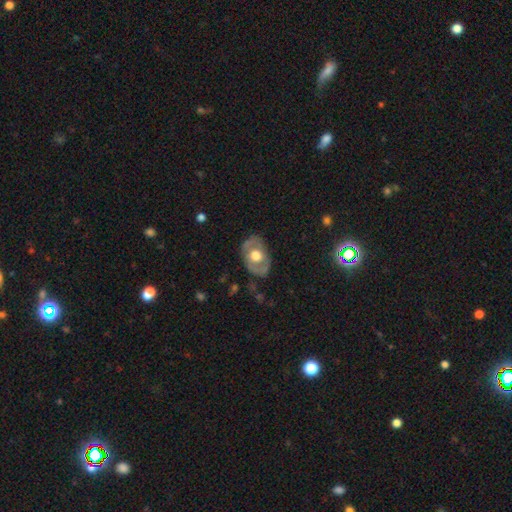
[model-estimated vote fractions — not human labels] Smooth or featured: featured or disk — 55% (smooth — 40%)
Edge-on disk: no — 91% (yes — 9%)
Merging: none — 78% (minor disturbance — 15%)